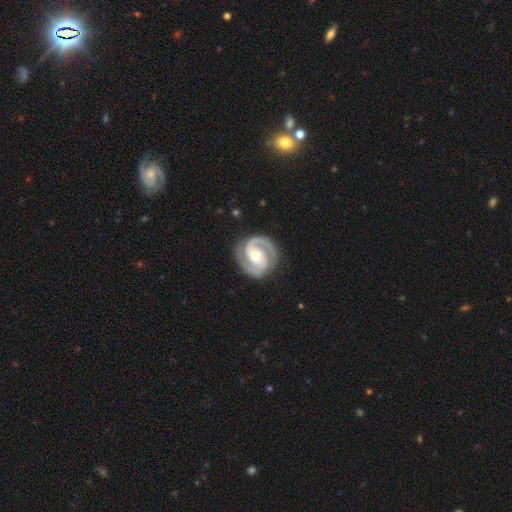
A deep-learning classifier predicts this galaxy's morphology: Q: Smooth or featured?
A: featured or disk (94%); runner-up: star or artifact (3%)
Q: Edge-on disk?
A: no (98%); runner-up: yes (2%)
Q: Bar?
A: no (50%); runner-up: weak (31%)
Q: Spiral arms?
A: yes (99%); runner-up: no (1%)
Q: Spiral winding?
A: tight (55%); runner-up: medium (40%)
Q: Spiral arm count?
A: 2 (94%); runner-up: 3 (2%)
Q: Bulge size?
A: moderate (62%); runner-up: small (34%)
Q: Merging?
A: none (86%); runner-up: minor disturbance (10%)